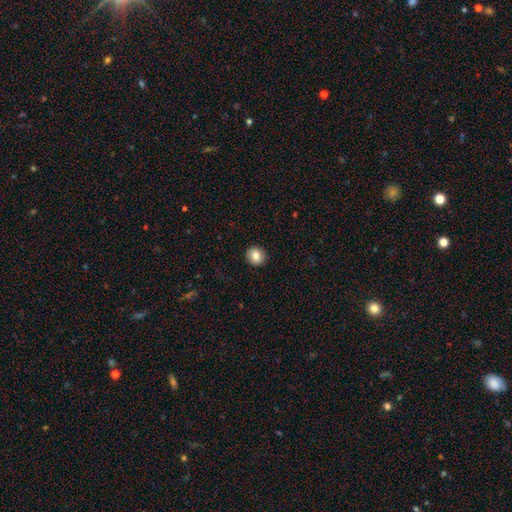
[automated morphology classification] Overall: smooth (83%). How rounded: round (87%). Merging: none (91%).